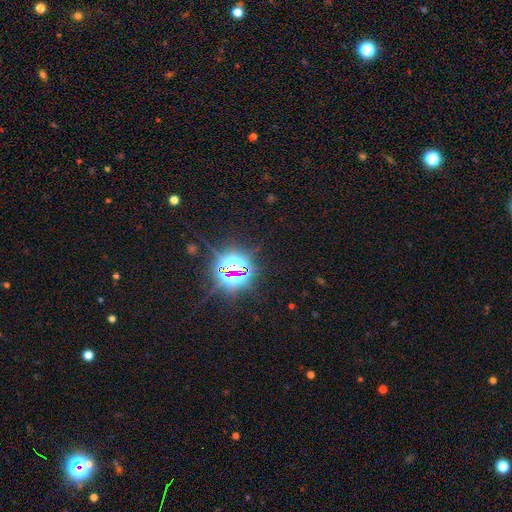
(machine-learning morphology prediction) A star or artifact, not a galaxy (84%).

Vote fractions:
- Smooth or featured? star or artifact: 84% / smooth: 11% / featured or disk: 5%